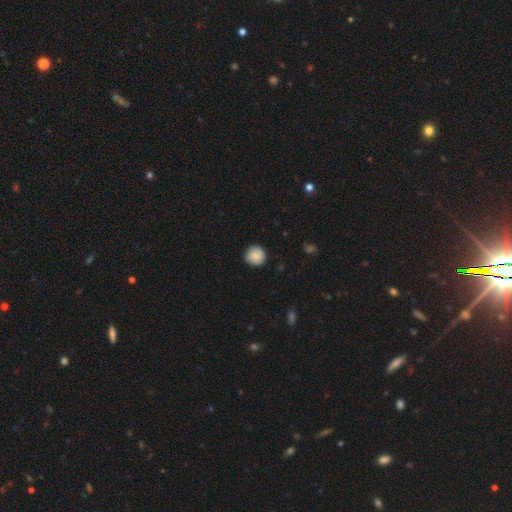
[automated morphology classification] This is clearly a smooth galaxy (84%). How rounded: clearly round (92%). Merging: clearly none (84%).